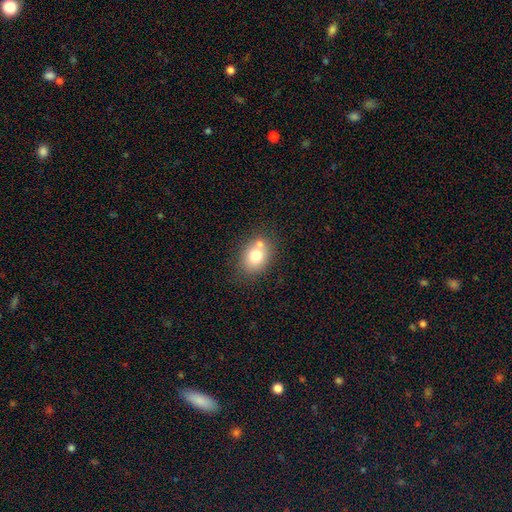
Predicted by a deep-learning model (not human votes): A smooth galaxy with no disk features (74%) that is in between round and cigar-shaped (57%). Merging: none (58%).